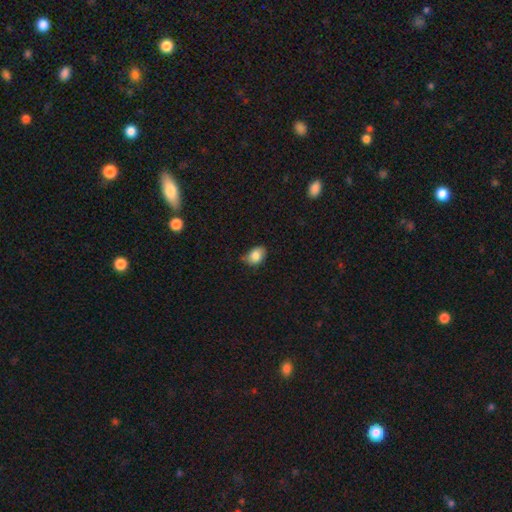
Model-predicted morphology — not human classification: smooth_or_featured: smooth (p=0.84) [alt: featured or disk p=0.08]
how_rounded: in between (p=0.77) [alt: round p=0.22]
merging: none (p=0.64) [alt: minor disturbance p=0.30]